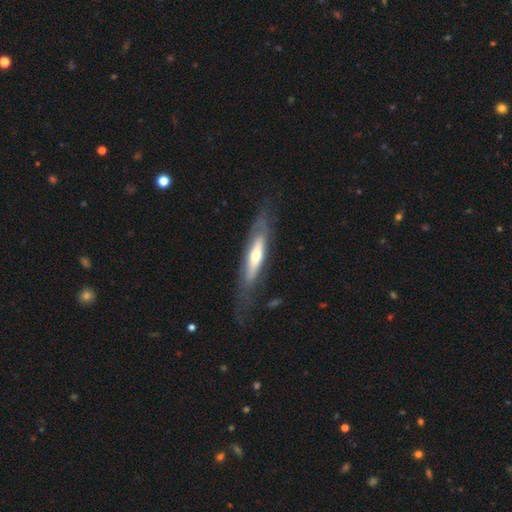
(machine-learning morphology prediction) smooth_or_featured: featured or disk (p=0.55) [alt: smooth p=0.40]
disk_edge_on: yes (p=0.59) [alt: no p=0.41]
merging: none (p=0.66) [alt: minor disturbance p=0.18]